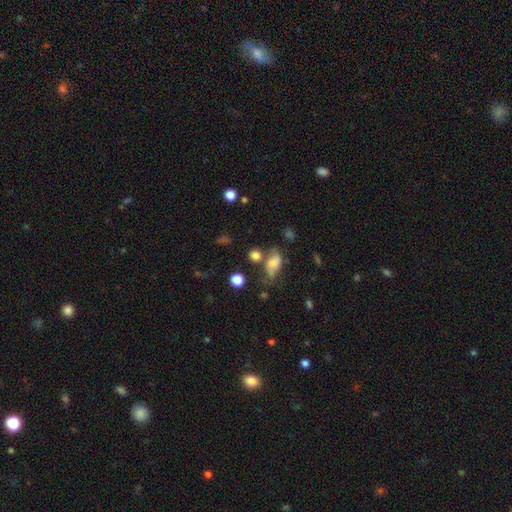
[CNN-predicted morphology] smooth_or_featured: smooth (p=0.70) [alt: featured or disk p=0.15]
how_rounded: in between (p=0.51) [alt: round p=0.46]
merging: none (p=0.50) [alt: minor disturbance p=0.20]